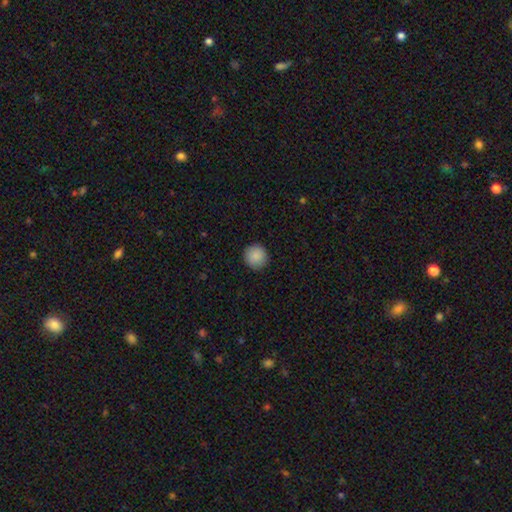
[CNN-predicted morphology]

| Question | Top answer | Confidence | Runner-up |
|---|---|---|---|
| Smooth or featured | smooth | 89% | star or artifact (8%) |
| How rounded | round | 95% | in between (4%) |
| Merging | none | 92% | minor disturbance (5%) |